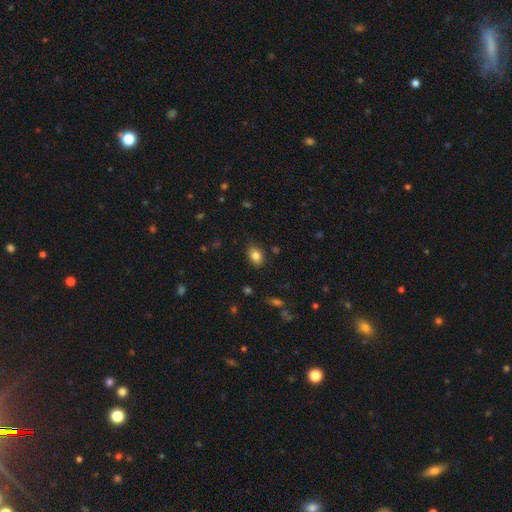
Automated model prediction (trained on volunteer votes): smooth 83%, star or artifact 9%, featured or disk 7%. Down the decision tree: how rounded — in between (80%); merging — none (84%).